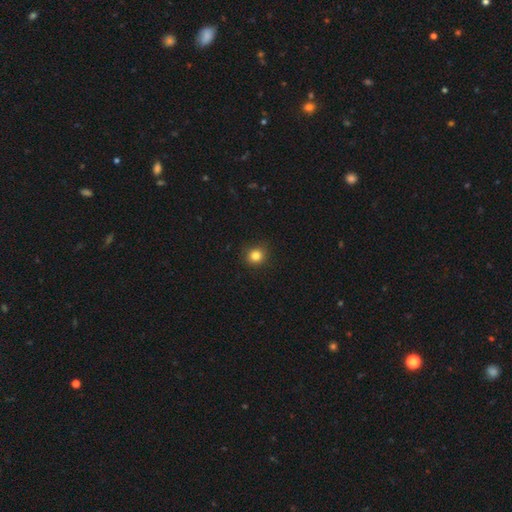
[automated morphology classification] smooth-or-featured: smooth: 83% | star or artifact: 12% | featured or disk: 5%
  how-rounded: round: 86% | in between: 13% | cigar-shaped: 1%
  merging: none: 89% | minor disturbance: 8% | major disturbance: 2% | merger: 1%